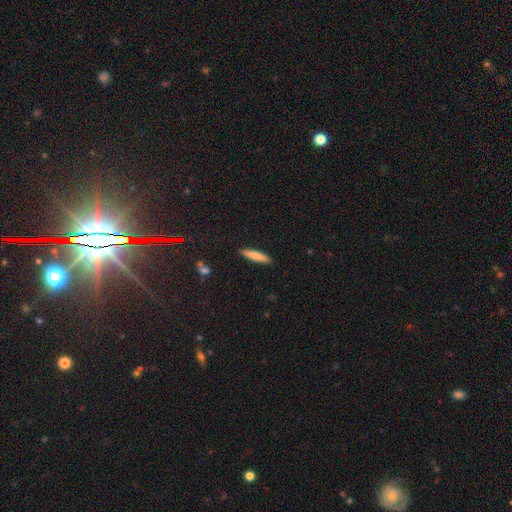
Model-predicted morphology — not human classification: Smooth or featured? Predicted: smooth (p=0.74). How rounded? Predicted: cigar-shaped (p=0.85). Merging? Predicted: none (p=0.90).